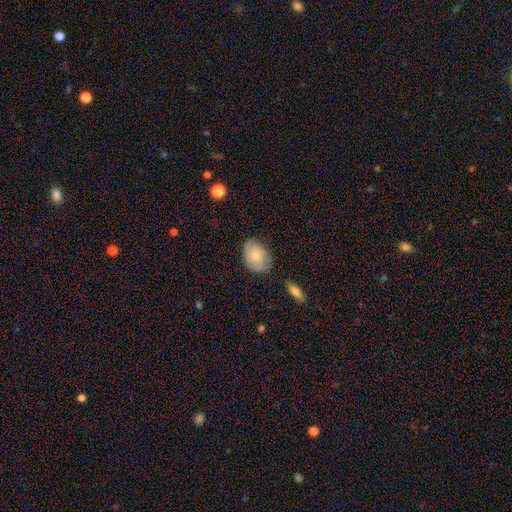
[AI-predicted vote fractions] smooth_or_featured: smooth (p=0.76) [alt: featured or disk p=0.17]
how_rounded: in between (p=0.81) [alt: round p=0.17]
merging: none (p=0.77) [alt: minor disturbance p=0.18]